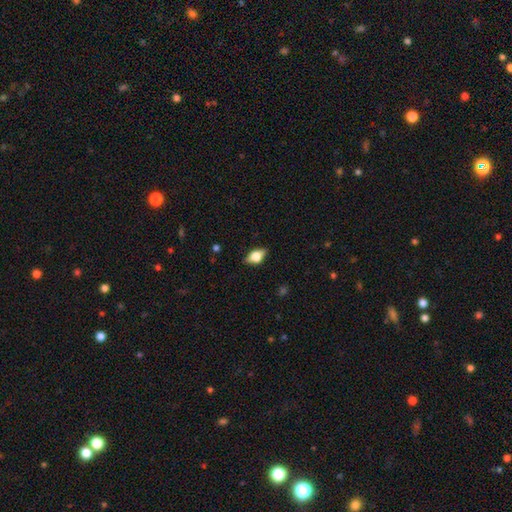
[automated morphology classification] A smooth galaxy with no disk features (51%) that is in between round and cigar-shaped (80%).

Vote fractions:
- Smooth or featured? smooth: 51% / featured or disk: 40% / star or artifact: 9%
- How rounded? in between: 80% / round: 10% / cigar-shaped: 10%
- Merging? none: 82% / minor disturbance: 14% / major disturbance: 3% / merger: 1%